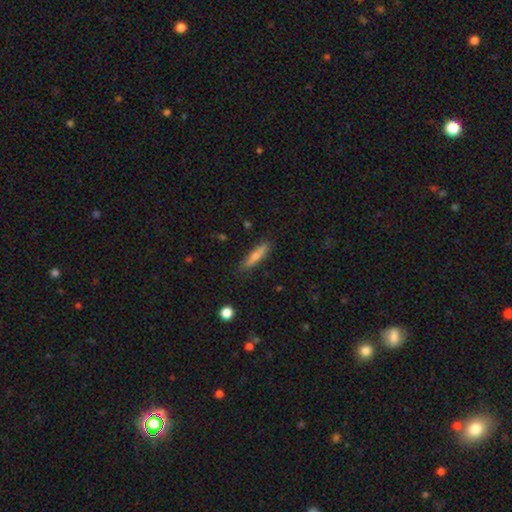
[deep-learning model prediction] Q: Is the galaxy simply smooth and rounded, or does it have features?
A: smooth — 58%.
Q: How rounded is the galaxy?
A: cigar-shaped — 85%.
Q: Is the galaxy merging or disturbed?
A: none — 85%.